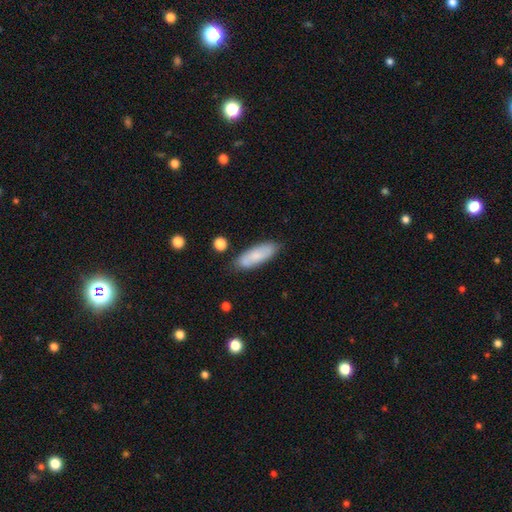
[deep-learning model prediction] smooth 72%, featured or disk 21%, star or artifact 6%. Down the decision tree: how rounded — in between (61%); merging — none (79%).